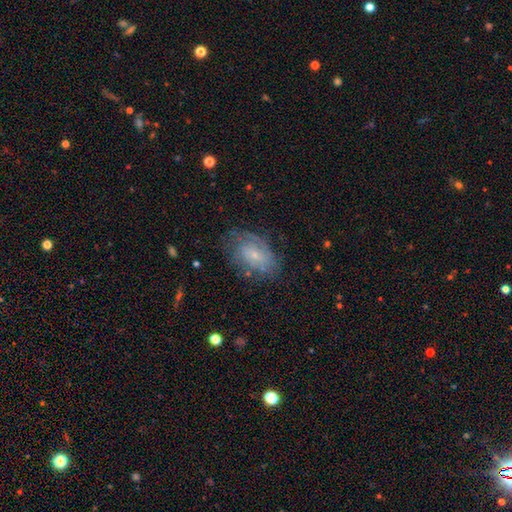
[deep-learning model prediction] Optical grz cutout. It shows a featured or disk galaxy (60%) with no bar (64%), spiral arms (79%) and a small central bulge (76%). Merging: none (64%).